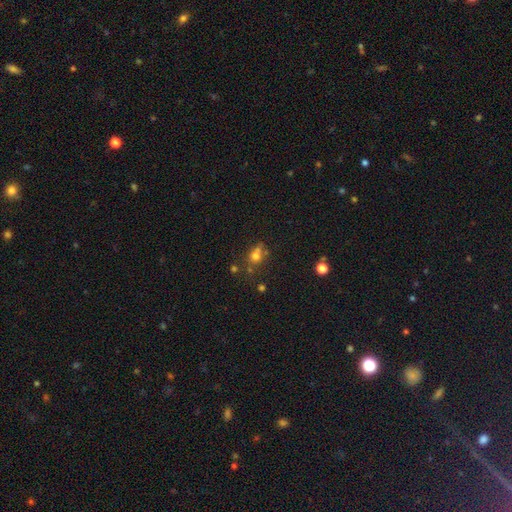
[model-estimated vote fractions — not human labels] Smooth or featured?
  - smooth: 65% *
  - star or artifact: 20%
  - featured or disk: 15%
How rounded?
  - round: 63% *
  - in between: 34%
  - cigar-shaped: 2%
Merging?
  - none: 48% *
  - merger: 26%
  - minor disturbance: 17%
  - major disturbance: 9%